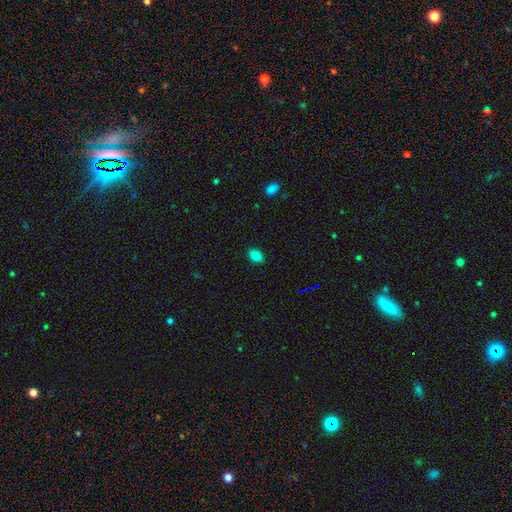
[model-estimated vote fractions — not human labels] Smooth or featured? smooth (83%)
How rounded? in between (79%)
Merging? none (87%)